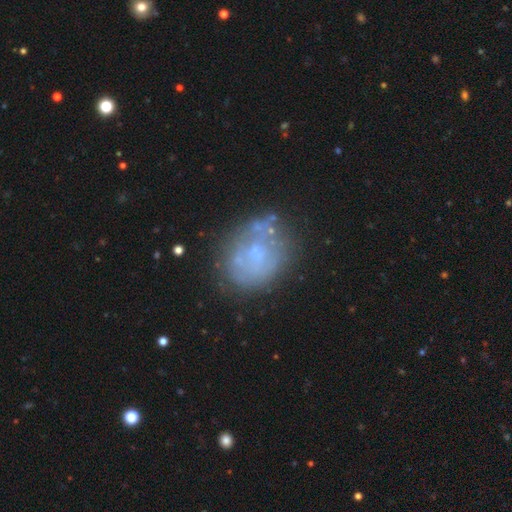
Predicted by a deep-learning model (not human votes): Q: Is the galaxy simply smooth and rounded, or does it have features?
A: featured or disk — 53%.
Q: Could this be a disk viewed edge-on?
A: no — 97%.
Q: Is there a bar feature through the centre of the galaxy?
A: no — 86%.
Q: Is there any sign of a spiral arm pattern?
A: no — 77%.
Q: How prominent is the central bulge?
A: small — 51%.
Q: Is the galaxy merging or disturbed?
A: none — 62%.